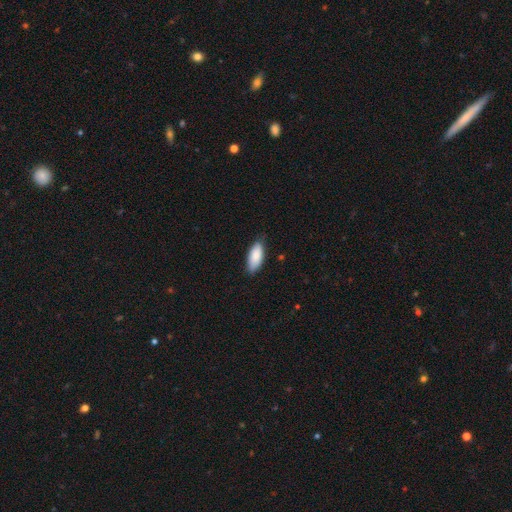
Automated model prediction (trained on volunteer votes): This appears to be a smooth galaxy with no disk features (87%) that is in between round and cigar-shaped (87%). Merging: none (76%).